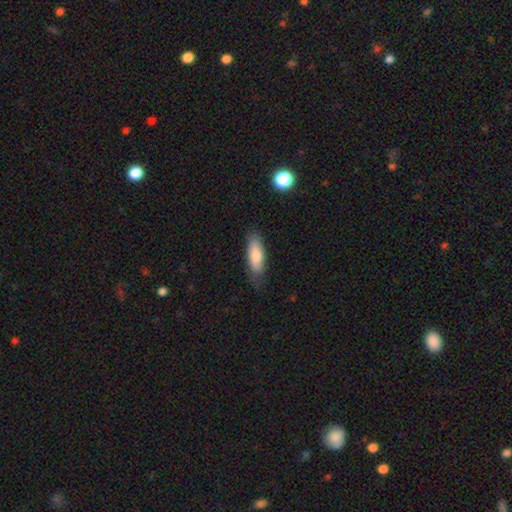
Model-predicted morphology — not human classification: This is likely a smooth galaxy (78%). How rounded: possibly in between (57%). Merging: likely none (77%).